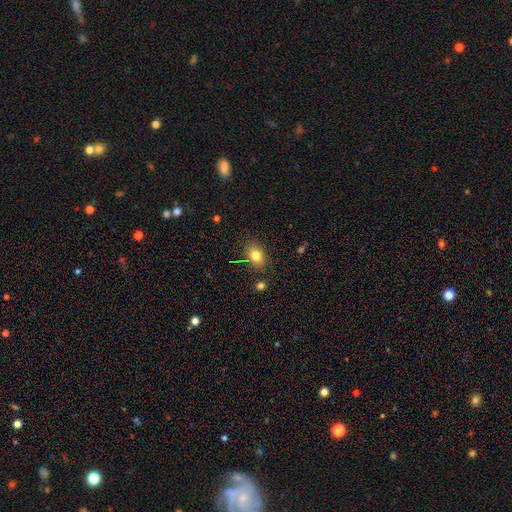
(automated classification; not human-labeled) A smooth galaxy with no disk features (80%) that is in between round and cigar-shaped (75%).

Vote fractions:
- Smooth or featured? smooth: 80% / star or artifact: 11% / featured or disk: 10%
- How rounded? in between: 75% / round: 24% / cigar-shaped: 1%
- Merging? none: 82% / minor disturbance: 12% / major disturbance: 3% / merger: 3%